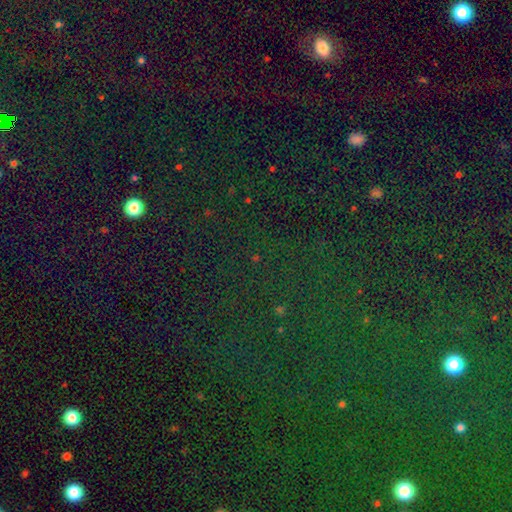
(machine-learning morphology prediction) A star or artifact, not a galaxy (83%).